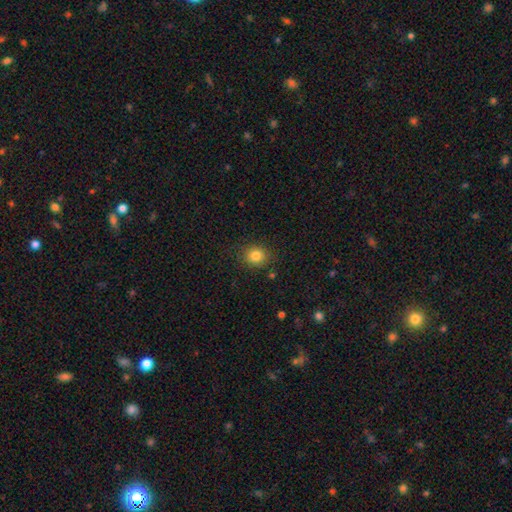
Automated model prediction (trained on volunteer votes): Q: Smooth or featured?
A: smooth (82%); runner-up: star or artifact (12%)
Q: How rounded?
A: round (82%); runner-up: in between (18%)
Q: Merging?
A: none (86%); runner-up: minor disturbance (9%)